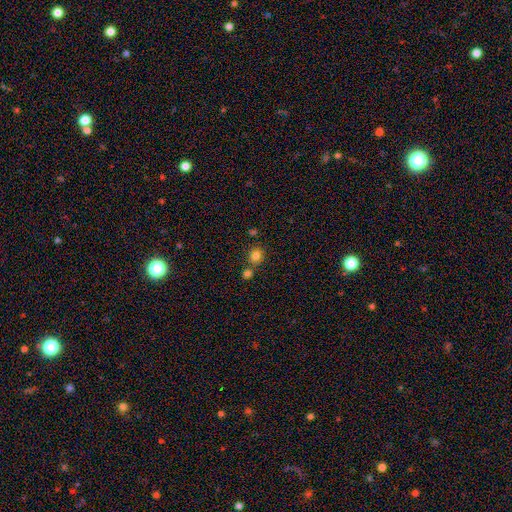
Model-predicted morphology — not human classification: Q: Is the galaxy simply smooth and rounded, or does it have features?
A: smooth — 82%.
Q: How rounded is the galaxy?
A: round — 77%.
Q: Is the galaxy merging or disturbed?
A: none — 70%.